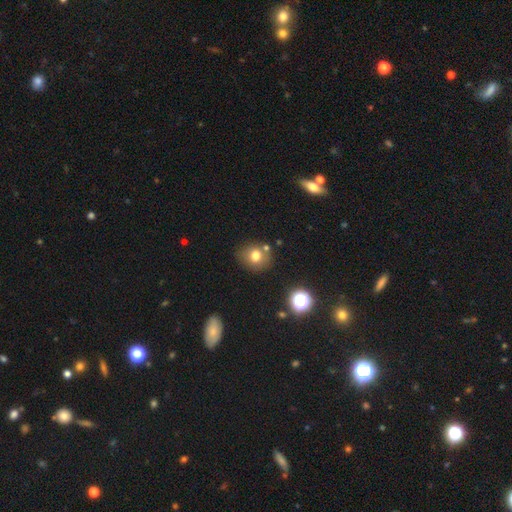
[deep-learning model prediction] Smooth or featured? smooth (75%)
How rounded? round (74%)
Merging? none (75%)